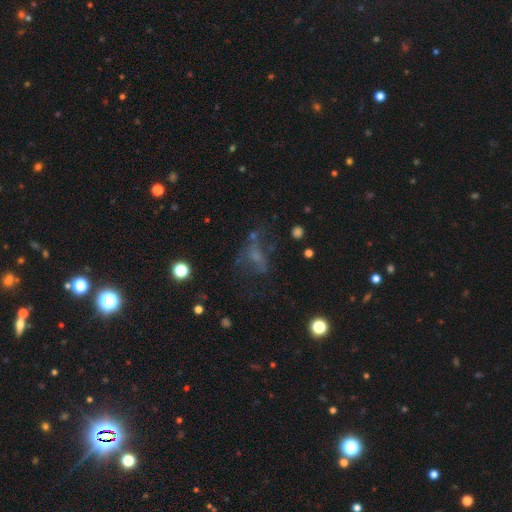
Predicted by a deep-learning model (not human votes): The model was most divided on "merging": none: 38%, major disturbance: 37%, minor disturbance: 19%, merger: 6%. Remaining: smooth or featured — smooth (38%).